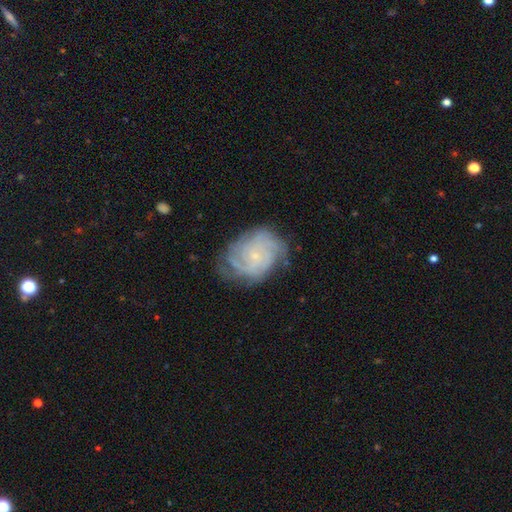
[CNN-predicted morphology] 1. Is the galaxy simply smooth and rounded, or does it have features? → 78% featured or disk, 14% smooth, 8% star or artifact.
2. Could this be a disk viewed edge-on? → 97% no, 3% yes.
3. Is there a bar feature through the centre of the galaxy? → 78% no, 19% weak, 3% strong.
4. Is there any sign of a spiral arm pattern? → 94% yes, 6% no.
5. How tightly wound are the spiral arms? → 61% tight, 30% medium, 9% loose.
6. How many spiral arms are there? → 33% can't tell, 20% 3, 17% 4, 16% 2, 8% more than 4, 7% 1.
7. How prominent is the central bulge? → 80% small, 12% moderate, 6% none, 1% large, 1% dominant.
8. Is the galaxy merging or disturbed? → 71% none, 20% minor disturbance, 8% major disturbance, 1% merger.